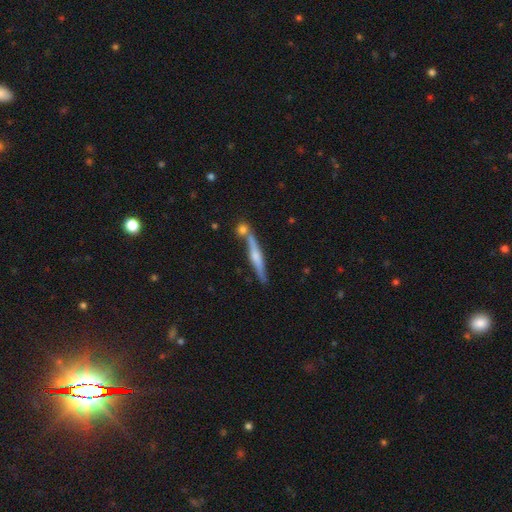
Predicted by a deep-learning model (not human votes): smooth-or-featured: featured or disk: 60% | smooth: 34% | star or artifact: 6%
  disk-edge-on: yes: 96% | no: 4%
    edge-on-bulge: rounded: 71% | none: 17% | boxy: 12%
  merging: none: 74% | merger: 13% | minor disturbance: 11% | major disturbance: 3%